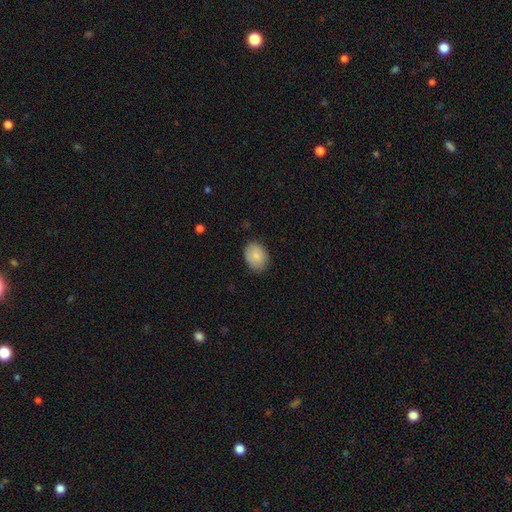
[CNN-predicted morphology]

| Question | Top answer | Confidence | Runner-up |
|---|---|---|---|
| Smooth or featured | smooth | 82% | featured or disk (11%) |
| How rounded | in between | 69% | round (31%) |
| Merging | none | 79% | minor disturbance (17%) |